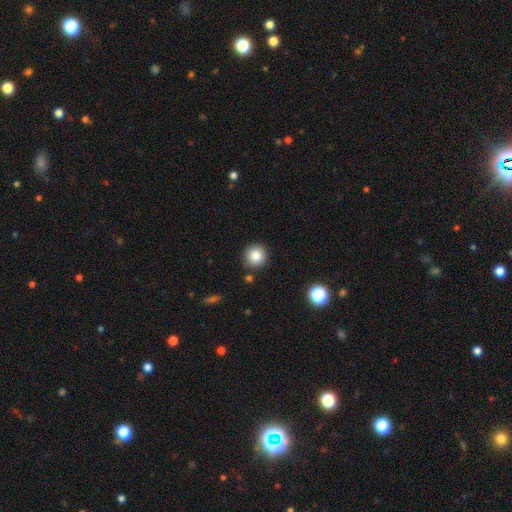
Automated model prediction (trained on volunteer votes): This is clearly a smooth galaxy (83%). How rounded: clearly round (94%). Merging: clearly none (87%).